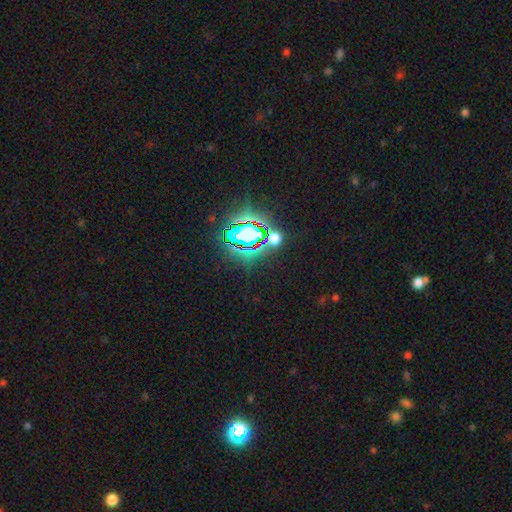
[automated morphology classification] Smooth or featured? star or artifact (83%)